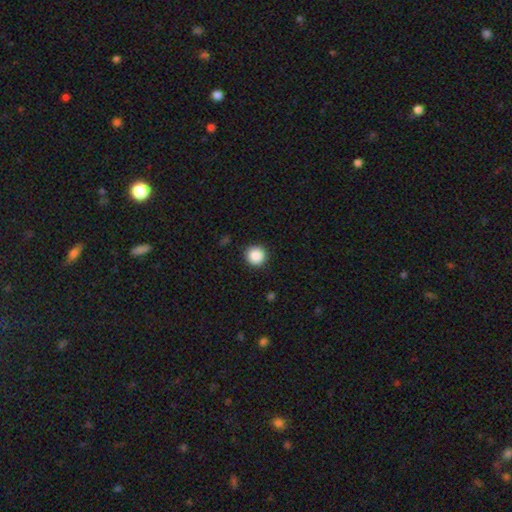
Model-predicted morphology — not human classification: Smooth or featured?
  - smooth: 88% *
  - star or artifact: 9%
  - featured or disk: 3%
How rounded?
  - round: 96% *
  - in between: 3%
  - cigar-shaped: 1%
Merging?
  - none: 92% *
  - minor disturbance: 6%
  - major disturbance: 2%
  - merger: 1%